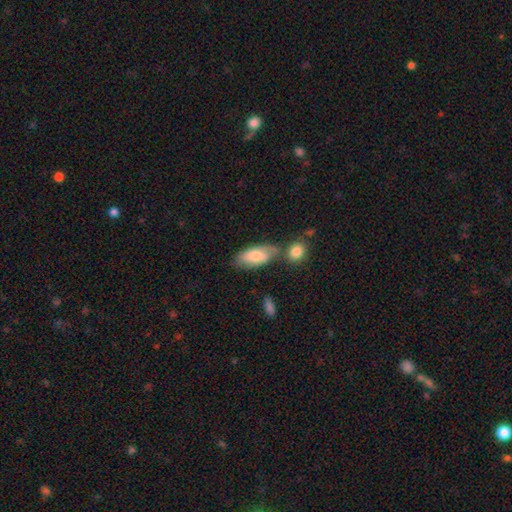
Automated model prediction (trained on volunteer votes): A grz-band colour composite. It shows a smooth galaxy with no disk features (74%) that is in between round and cigar-shaped (83%). Merging: none (56%).